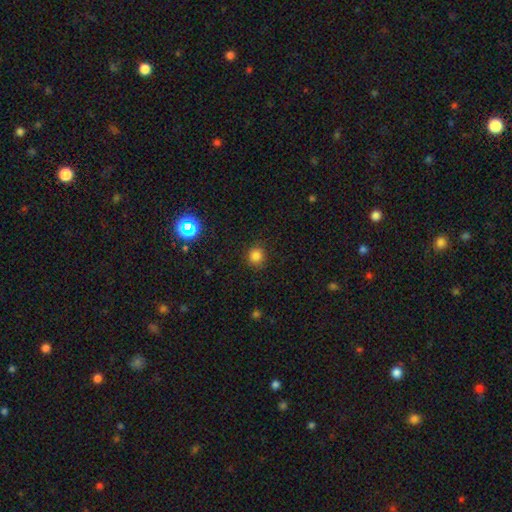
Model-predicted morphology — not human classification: Smooth or featured: smooth — 81% (star or artifact — 15%)
How rounded: round — 88% (in between — 11%)
Merging: none — 86% (minor disturbance — 10%)